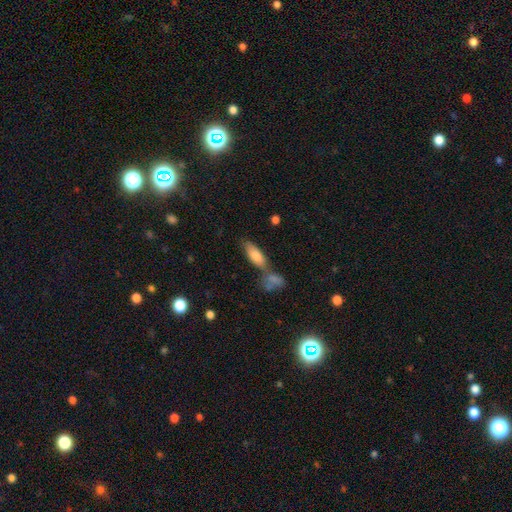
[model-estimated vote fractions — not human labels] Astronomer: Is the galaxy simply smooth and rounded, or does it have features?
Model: smooth — 77%.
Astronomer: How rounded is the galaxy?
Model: in between — 68%.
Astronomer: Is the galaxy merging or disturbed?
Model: none — 53%.